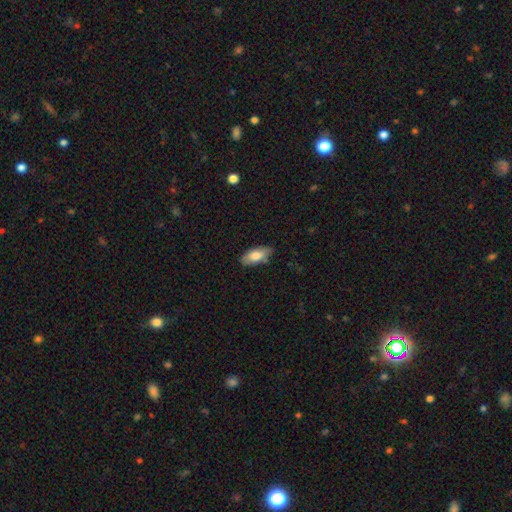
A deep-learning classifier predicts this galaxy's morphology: A smooth galaxy with no disk features (78%) that is in between round and cigar-shaped (89%).

Vote fractions:
- Smooth or featured? smooth: 78% / featured or disk: 16% / star or artifact: 6%
- How rounded? in between: 89% / cigar-shaped: 9% / round: 3%
- Merging? none: 77% / minor disturbance: 18% / major disturbance: 3% / merger: 2%